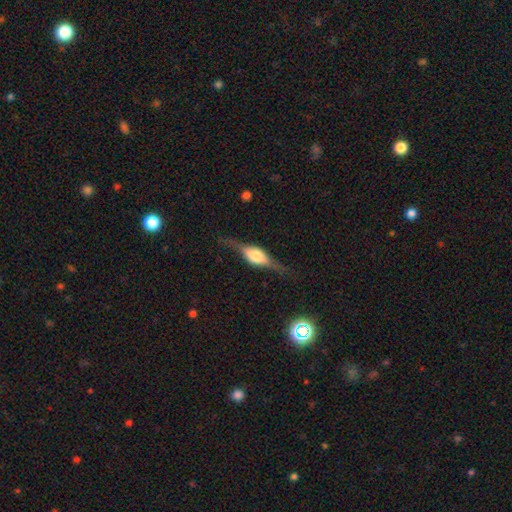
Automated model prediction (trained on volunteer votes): featured or disk 72%, smooth 21%, star or artifact 7%. Down the decision tree: edge-on disk — yes (94%); edge-on bulge — rounded (84%); merging — none (76%).